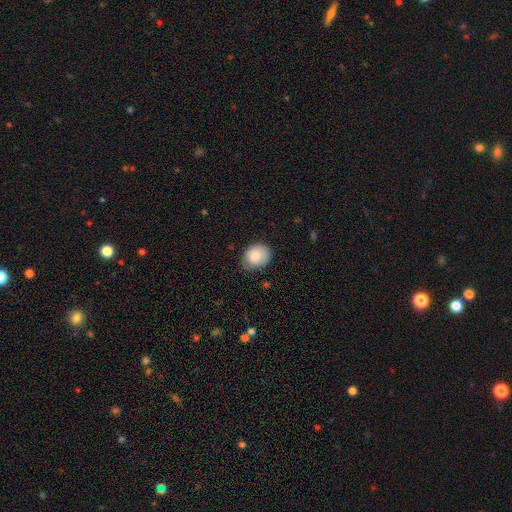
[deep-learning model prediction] Smooth or featured? smooth (83%)
How rounded? round (55%)
Merging? none (69%)